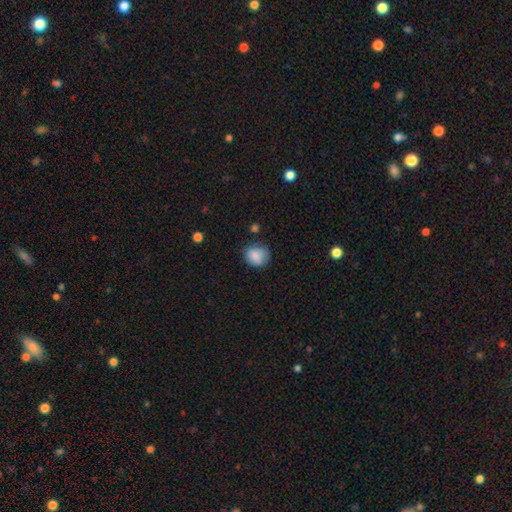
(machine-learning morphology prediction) Smooth or featured? smooth (82%)
How rounded? round (69%)
Merging? none (64%)